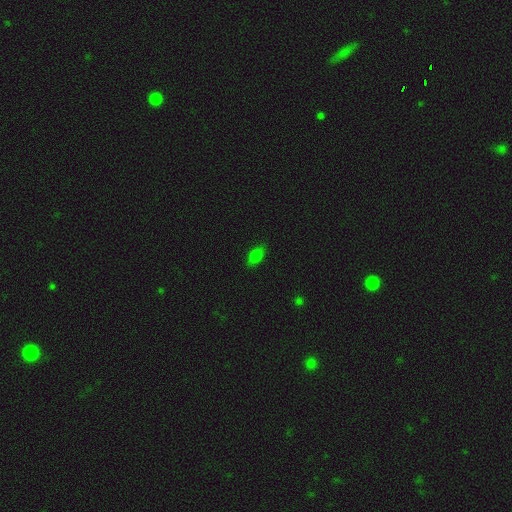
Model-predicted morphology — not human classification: smooth 74%, star or artifact 16%, featured or disk 10%. Down the decision tree: how rounded — in between (81%); merging — none (83%).